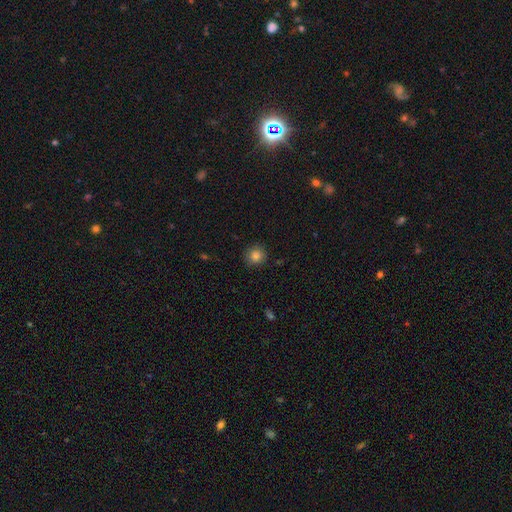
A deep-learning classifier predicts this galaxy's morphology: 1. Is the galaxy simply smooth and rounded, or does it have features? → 83% smooth, 11% star or artifact, 5% featured or disk.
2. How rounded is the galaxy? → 92% round, 7% in between, 1% cigar-shaped.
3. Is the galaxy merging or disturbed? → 89% none, 8% minor disturbance, 2% major disturbance, 1% merger.